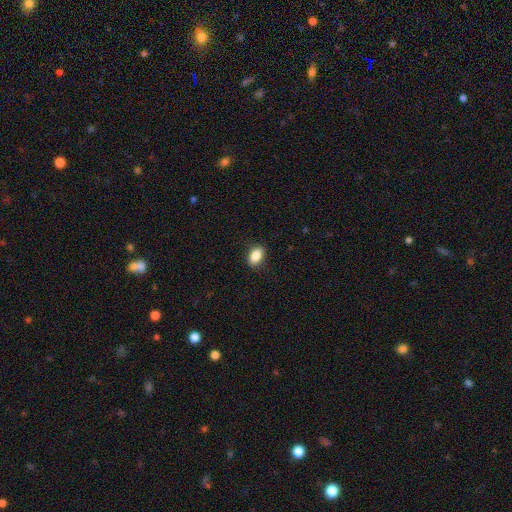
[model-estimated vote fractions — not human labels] smooth-or-featured: smooth: 86% | star or artifact: 8% | featured or disk: 5%
  how-rounded: in between: 87% | round: 11% | cigar-shaped: 2%
  merging: none: 88% | minor disturbance: 9% | major disturbance: 2% | merger: 1%